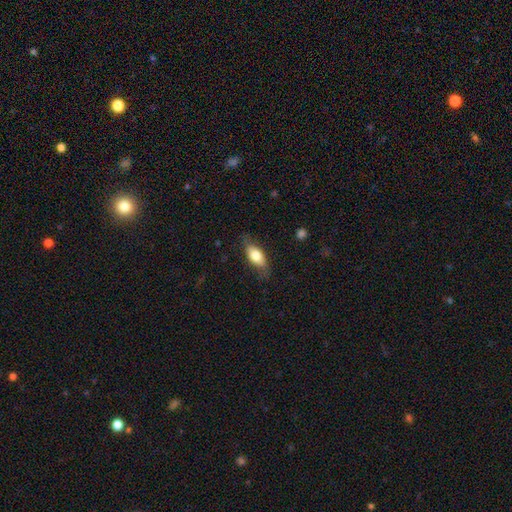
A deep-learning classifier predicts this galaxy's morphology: Smooth or featured? smooth (72%)
How rounded? in between (84%)
Merging? none (74%)